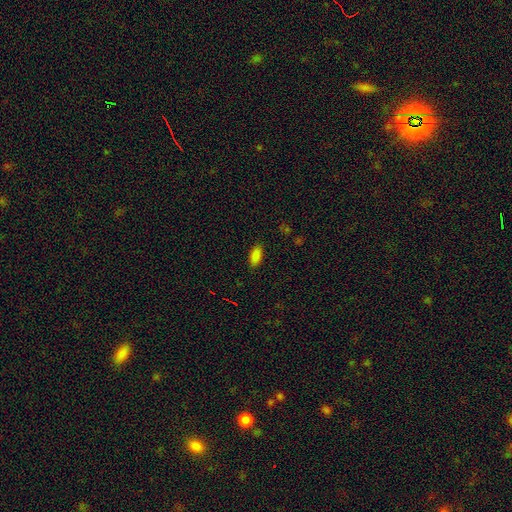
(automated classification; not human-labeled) Smooth or featured? smooth (85%)
How rounded? in between (88%)
Merging? none (87%)